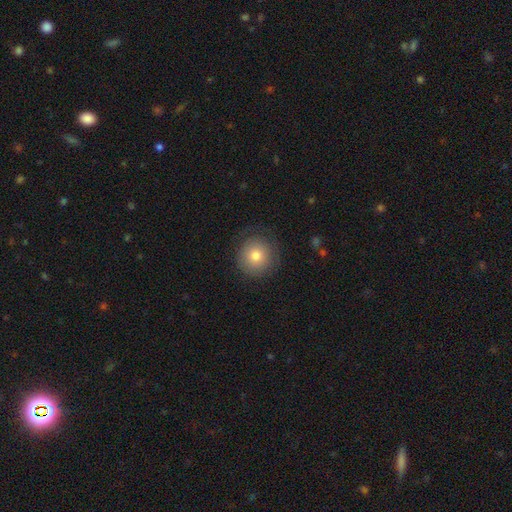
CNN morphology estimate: This appears to be a smooth galaxy with no disk features (76%) that is round (93%). Merging: none (80%).